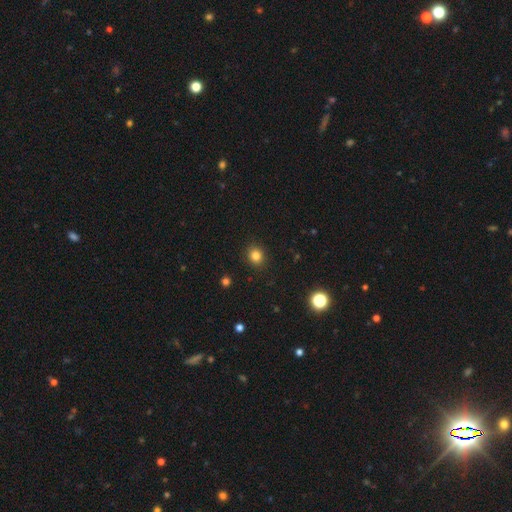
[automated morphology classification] Smooth or featured? Predicted: smooth (p=0.83). How rounded? Predicted: round (p=0.78). Merging? Predicted: none (p=0.91).